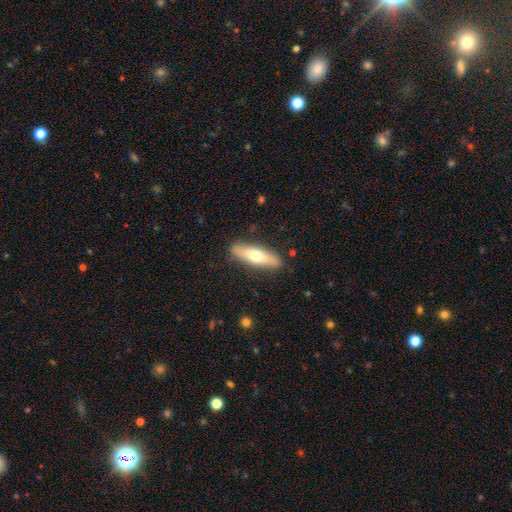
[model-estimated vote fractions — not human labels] A smooth galaxy with no disk features (62%) that is cigar-shaped (63%). Merging: none (87%).